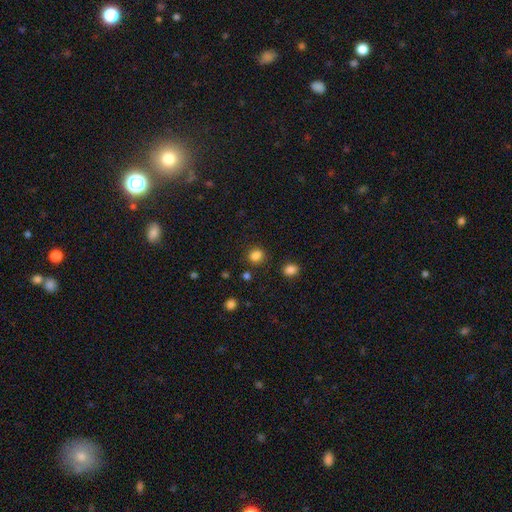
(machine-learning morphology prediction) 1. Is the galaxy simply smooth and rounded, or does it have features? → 83% smooth, 13% star or artifact, 4% featured or disk.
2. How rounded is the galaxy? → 67% round, 32% in between, 1% cigar-shaped.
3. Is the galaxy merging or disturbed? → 80% none, 11% minor disturbance, 5% merger, 4% major disturbance.